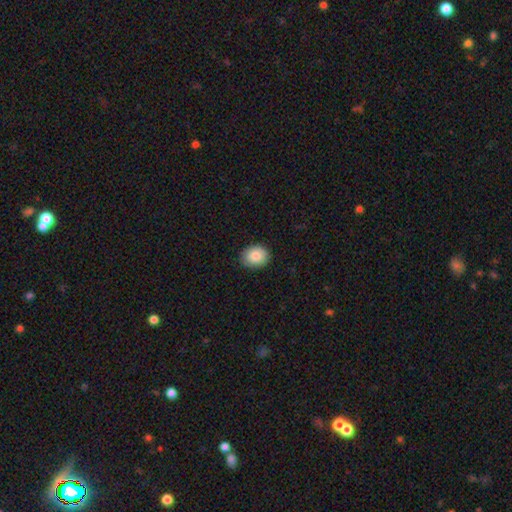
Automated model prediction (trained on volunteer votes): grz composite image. It shows a smooth galaxy with no disk features (86%) that is in between round and cigar-shaped (52%). Merging: none (88%).